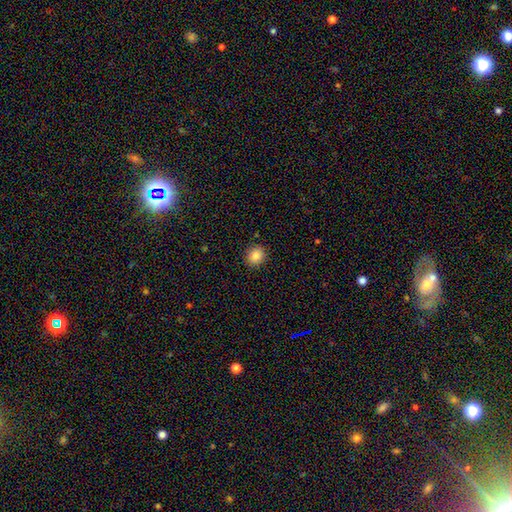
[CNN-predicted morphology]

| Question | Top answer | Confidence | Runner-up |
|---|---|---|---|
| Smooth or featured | smooth | 85% | star or artifact (10%) |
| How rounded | round | 69% | in between (30%) |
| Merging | none | 90% | minor disturbance (7%) |